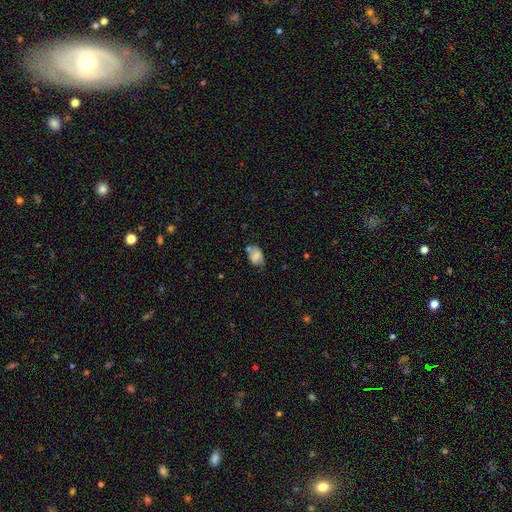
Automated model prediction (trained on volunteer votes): Smooth or featured? smooth (71%)
How rounded? in between (83%)
Merging? none (46%)